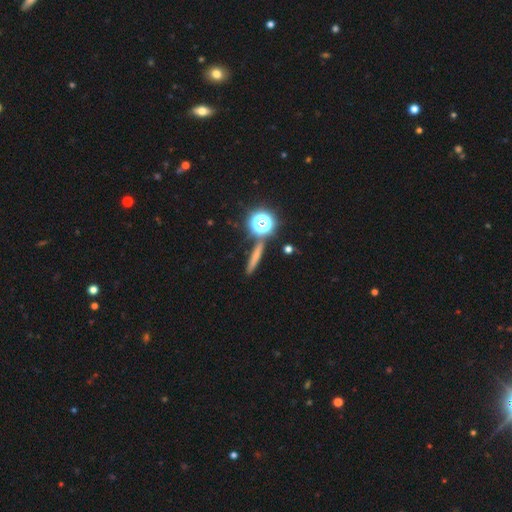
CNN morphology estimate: Smooth or featured? Predicted: smooth (p=0.59). How rounded? Predicted: cigar-shaped (p=0.72). Merging? Predicted: none (p=0.84).